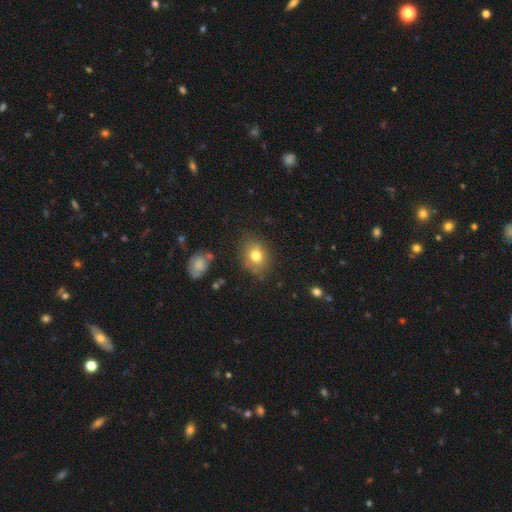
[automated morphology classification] Smooth or featured?
  - smooth: 77% *
  - featured or disk: 12%
  - star or artifact: 11%
How rounded?
  - round: 55% *
  - in between: 44%
  - cigar-shaped: 1%
Merging?
  - none: 79% *
  - minor disturbance: 15%
  - major disturbance: 4%
  - merger: 2%